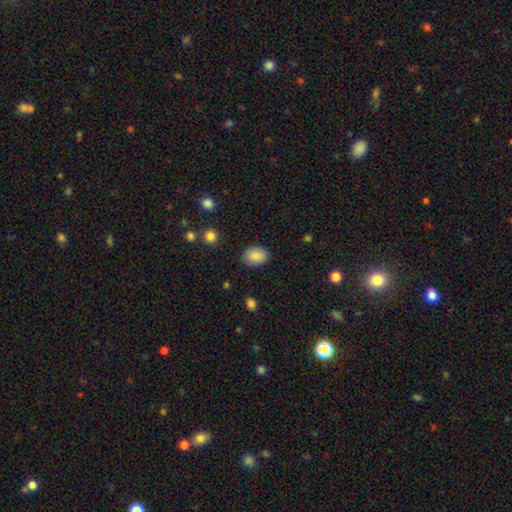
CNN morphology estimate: This appears to be a smooth galaxy with no disk features (87%) that is in between round and cigar-shaped (74%). Merging: none (81%).